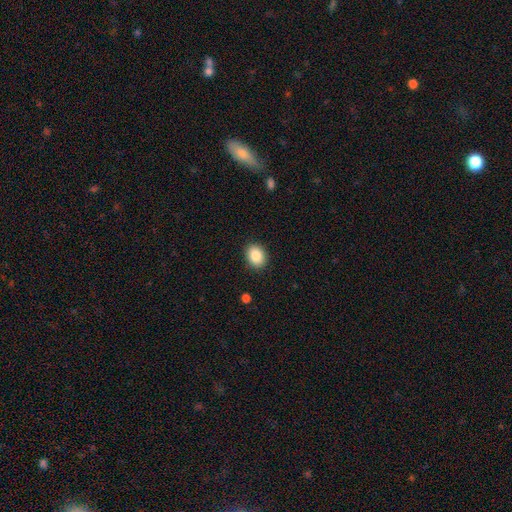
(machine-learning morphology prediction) The model was most divided on "how rounded": in between: 63%, round: 36%, cigar-shaped: 1%. More confident: merging — none (89%); smooth or featured — smooth (87%).